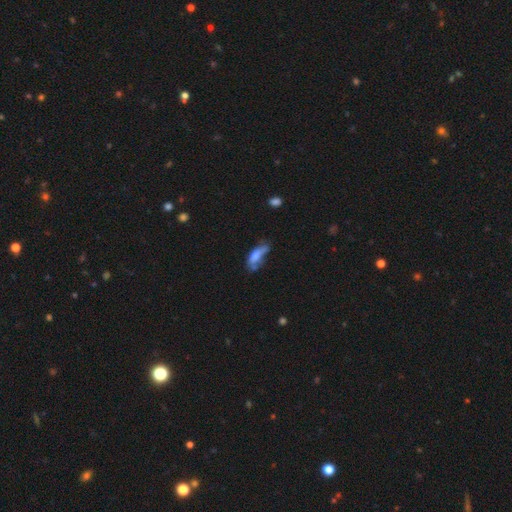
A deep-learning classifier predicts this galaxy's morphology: The model was most divided on "merging": none: 35%, minor disturbance: 32%, major disturbance: 20%, merger: 12%. More confident: how rounded — in between (63%); smooth or featured — smooth (60%).